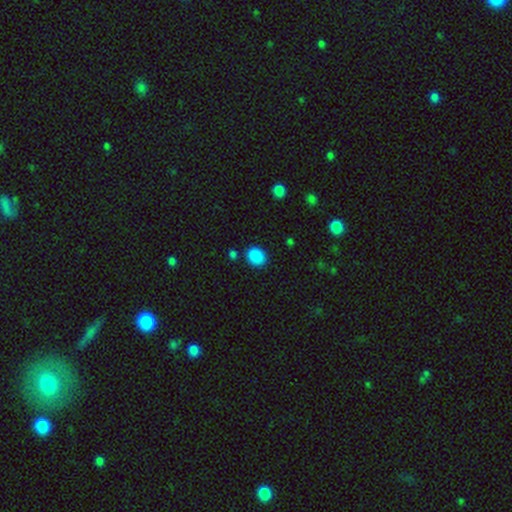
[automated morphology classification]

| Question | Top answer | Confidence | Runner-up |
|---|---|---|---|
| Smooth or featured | smooth | 88% | star or artifact (9%) |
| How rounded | round | 63% | in between (36%) |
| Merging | none | 82% | minor disturbance (10%) |